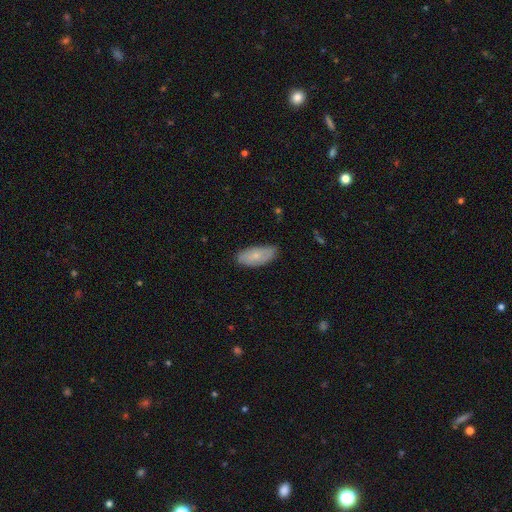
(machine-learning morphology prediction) Q: Smooth or featured?
A: smooth (71%); runner-up: featured or disk (23%)
Q: How rounded?
A: in between (89%); runner-up: cigar-shaped (9%)
Q: Merging?
A: none (77%); runner-up: minor disturbance (19%)